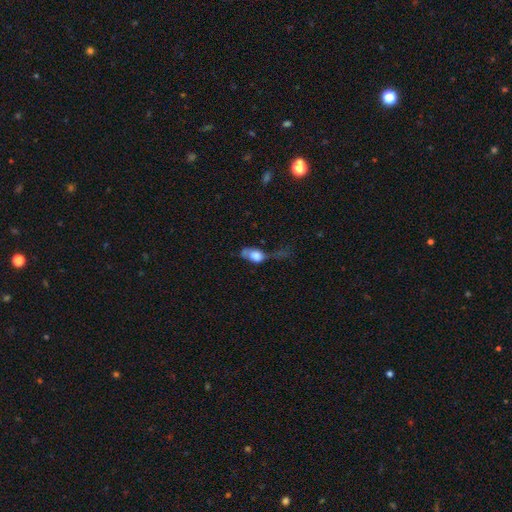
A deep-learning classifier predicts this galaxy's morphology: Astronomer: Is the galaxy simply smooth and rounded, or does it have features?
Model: smooth — 65%.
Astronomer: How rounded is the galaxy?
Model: in between — 71%.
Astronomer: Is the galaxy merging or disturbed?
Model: major disturbance — 46% (runner-up: minor disturbance, 22%).